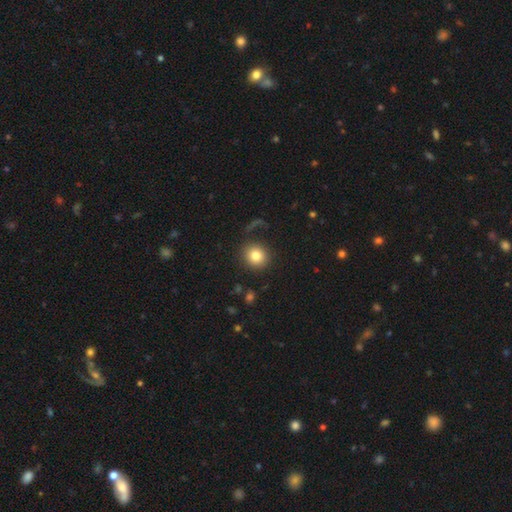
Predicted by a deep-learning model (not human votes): Smooth or featured?
  - smooth: 82% *
  - star or artifact: 10%
  - featured or disk: 7%
How rounded?
  - round: 90% *
  - in between: 9%
  - cigar-shaped: 1%
Merging?
  - none: 85% *
  - minor disturbance: 8%
  - major disturbance: 5%
  - merger: 2%